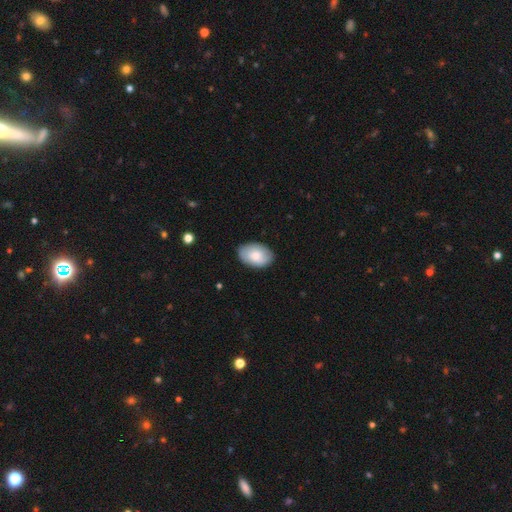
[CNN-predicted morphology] smooth 77%, featured or disk 17%, star or artifact 6%. Down the decision tree: how rounded — in between (89%); merging — none (85%).